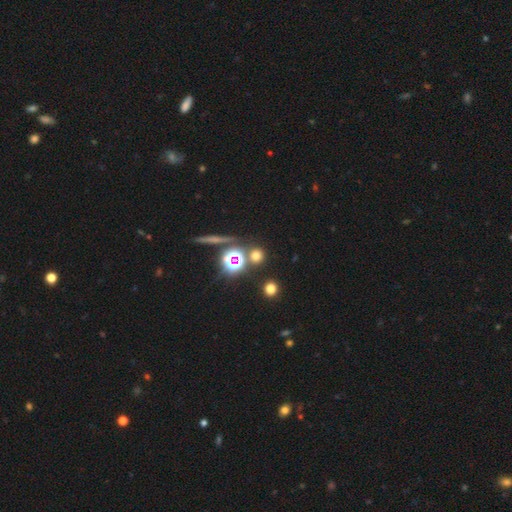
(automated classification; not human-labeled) Q: Smooth or featured?
A: smooth (60%); runner-up: star or artifact (31%)
Q: How rounded?
A: round (86%); runner-up: in between (11%)
Q: Merging?
A: none (82%); runner-up: merger (9%)